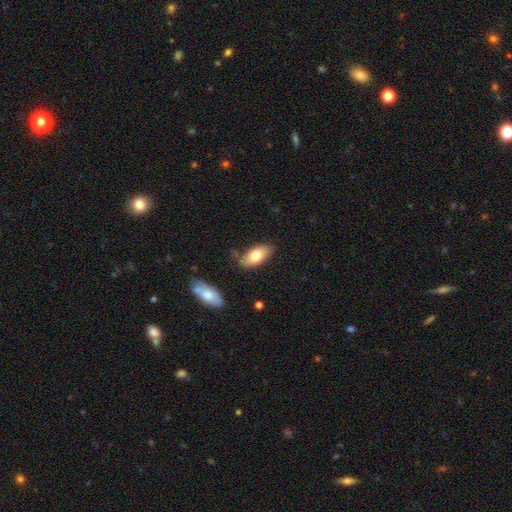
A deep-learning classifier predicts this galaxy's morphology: smooth 76%, featured or disk 18%, star or artifact 6%. Down the decision tree: how rounded — in between (89%); merging — none (75%).